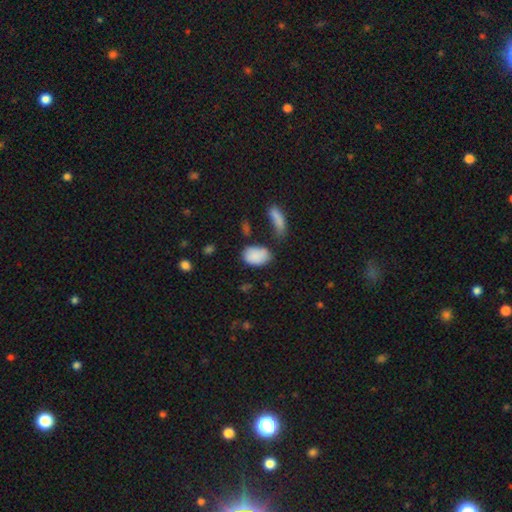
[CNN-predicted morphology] A smooth galaxy with no disk features (85%) that is in between round and cigar-shaped (88%).

Vote fractions:
- Smooth or featured? smooth: 85% / star or artifact: 7% / featured or disk: 7%
- How rounded? in between: 88% / round: 10% / cigar-shaped: 2%
- Merging? none: 56% / minor disturbance: 23% / merger: 13% / major disturbance: 9%